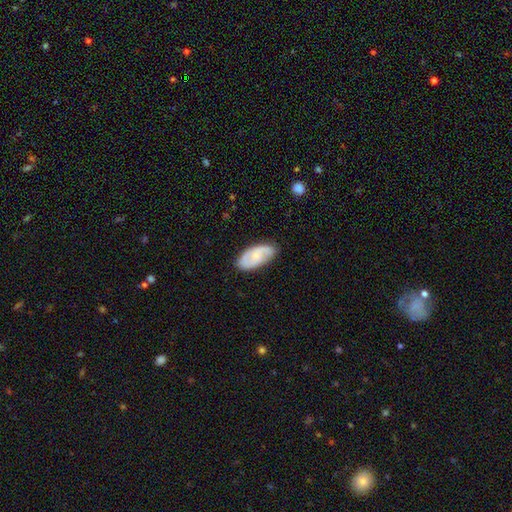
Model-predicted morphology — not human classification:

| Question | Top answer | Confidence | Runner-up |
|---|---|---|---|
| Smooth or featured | featured or disk | 56% | smooth (38%) |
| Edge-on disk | no | 94% | yes (6%) |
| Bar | no | 61% | weak (33%) |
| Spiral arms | yes | 86% | no (14%) |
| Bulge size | small | 61% | moderate (27%) |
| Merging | none | 80% | minor disturbance (16%) |